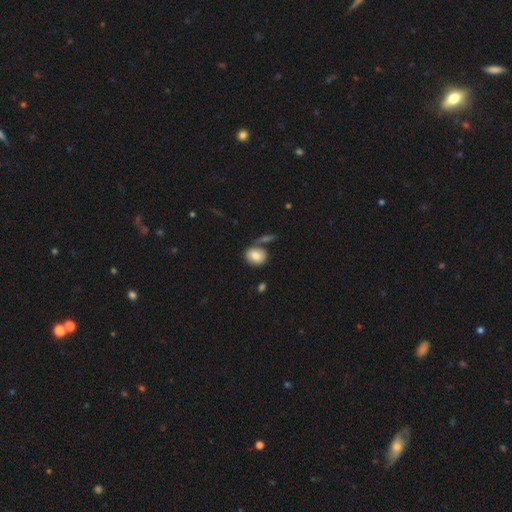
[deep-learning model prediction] This appears to be a smooth galaxy with no disk features (81%) that is round (64%). Merging: none (63%).